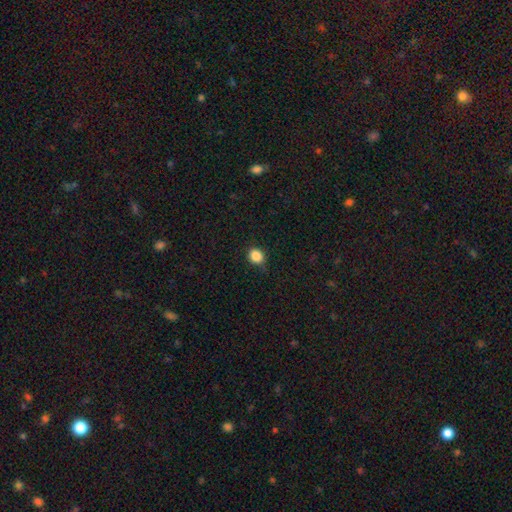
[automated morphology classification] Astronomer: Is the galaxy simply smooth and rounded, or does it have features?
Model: smooth — 86%.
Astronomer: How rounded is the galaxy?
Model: round — 76%.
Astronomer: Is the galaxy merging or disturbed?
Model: none — 81%.